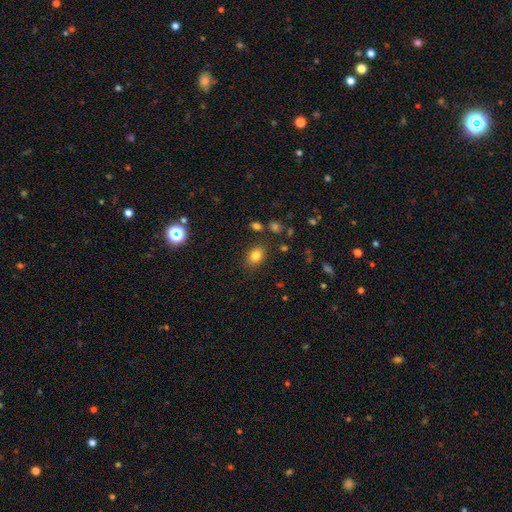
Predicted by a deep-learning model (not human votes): Smooth or featured? smooth (81%)
How rounded? in between (69%)
Merging? none (82%)